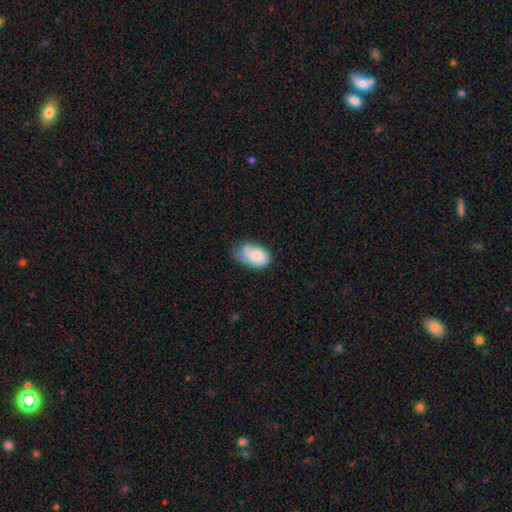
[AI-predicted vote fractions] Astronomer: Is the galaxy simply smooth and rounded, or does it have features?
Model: smooth — 65%.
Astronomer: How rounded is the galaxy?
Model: in between — 90%.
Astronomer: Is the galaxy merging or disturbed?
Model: none — 40% (runner-up: minor disturbance, 37%).